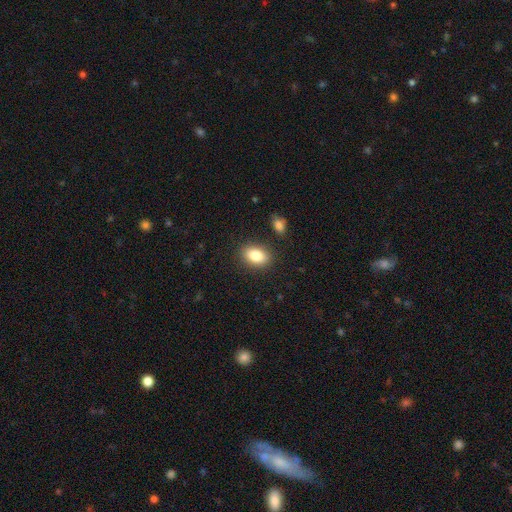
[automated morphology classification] A smooth galaxy with no disk features (84%) that is in between round and cigar-shaped (83%). Merging: none (85%).